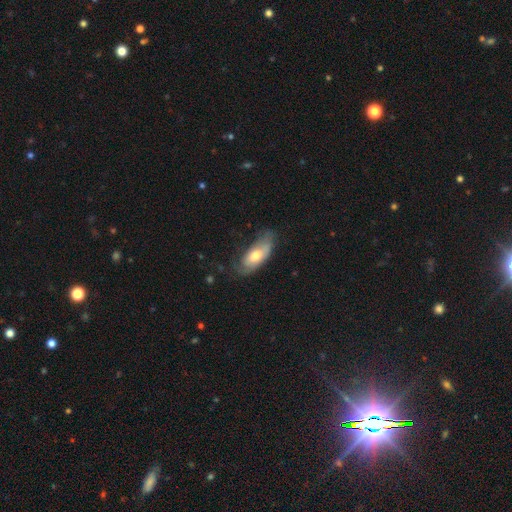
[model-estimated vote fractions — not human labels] Morphology: type=smooth (57%); roundness=in between (81%); merging=none (50%).